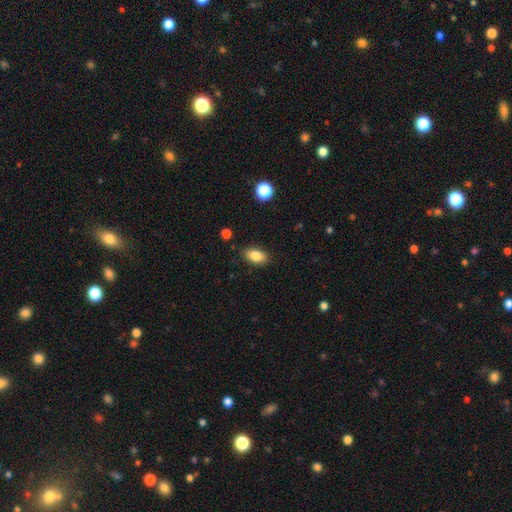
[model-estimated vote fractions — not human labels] Smooth or featured? smooth (85%)
How rounded? in between (90%)
Merging? none (86%)